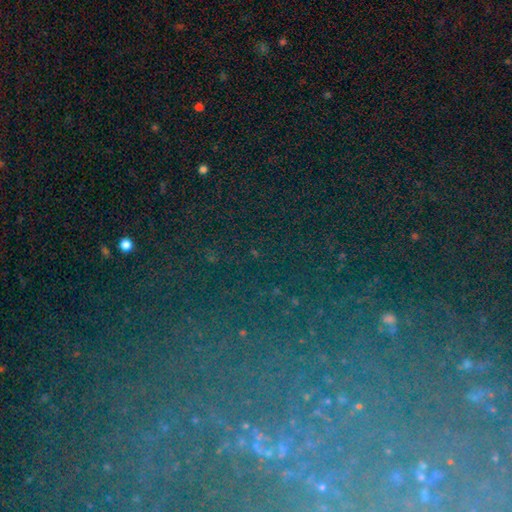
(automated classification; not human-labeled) A star or artifact, not a galaxy (64%).

Vote fractions:
- Smooth or featured? star or artifact: 64% / featured or disk: 22% / smooth: 15%